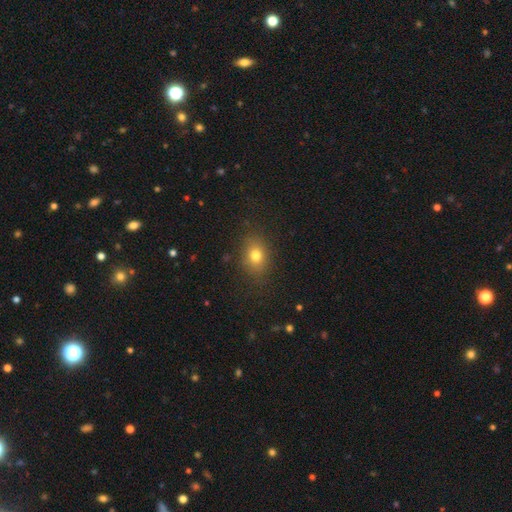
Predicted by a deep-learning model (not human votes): Smooth or featured? Predicted: smooth (p=0.77). How rounded? Predicted: in between (p=0.62). Merging? Predicted: none (p=0.84).